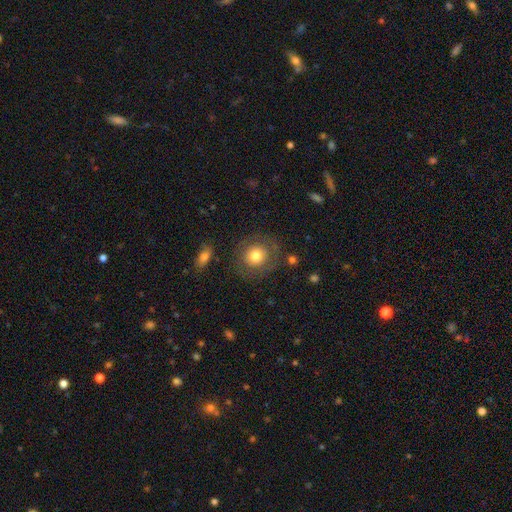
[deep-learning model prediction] Smooth or featured? smooth (72%)
How rounded? round (85%)
Merging? none (78%)